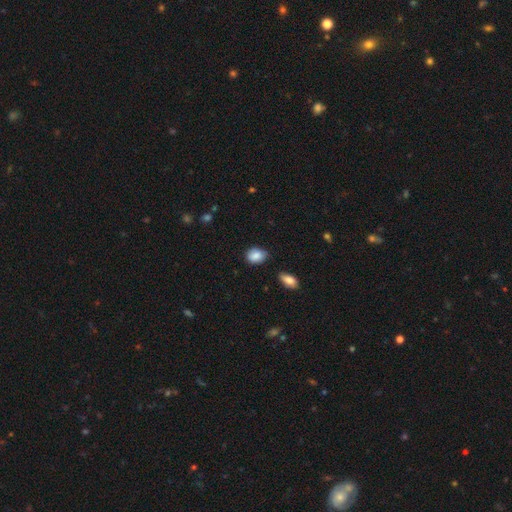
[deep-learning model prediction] The model was most divided on "how rounded": in between: 65%, round: 34%, cigar-shaped: 1%. More confident: smooth or featured — smooth (86%); merging — none (72%).